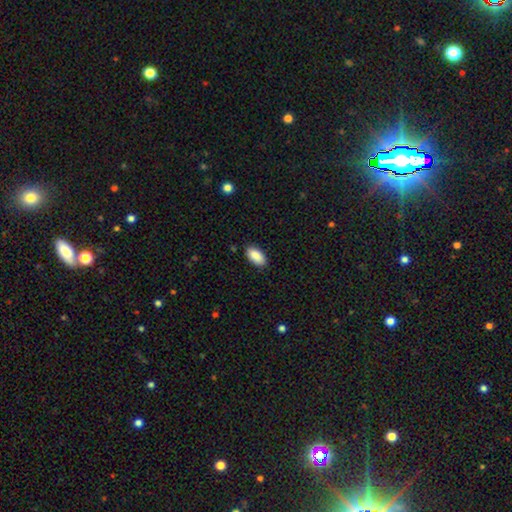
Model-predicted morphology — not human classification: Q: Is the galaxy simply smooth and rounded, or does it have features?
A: smooth — 90%.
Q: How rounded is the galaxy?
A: in between — 94%.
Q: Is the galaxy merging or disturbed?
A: none — 86%.